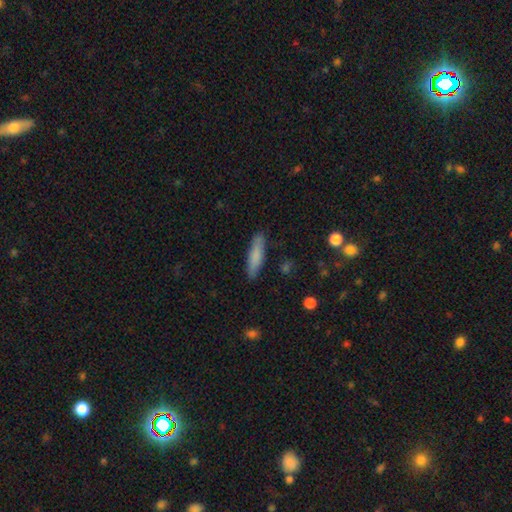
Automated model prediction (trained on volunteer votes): Q: Smooth or featured?
A: smooth (79%); runner-up: featured or disk (15%)
Q: How rounded?
A: cigar-shaped (75%); runner-up: in between (23%)
Q: Merging?
A: none (86%); runner-up: minor disturbance (10%)